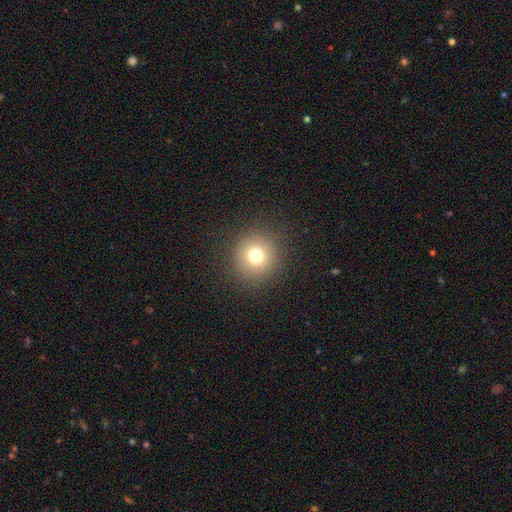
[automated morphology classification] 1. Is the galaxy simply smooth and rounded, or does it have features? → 75% smooth, 15% star or artifact, 10% featured or disk.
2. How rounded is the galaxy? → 94% round, 5% in between, 1% cigar-shaped.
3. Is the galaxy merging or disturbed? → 90% none, 6% minor disturbance, 3% major disturbance, 1% merger.